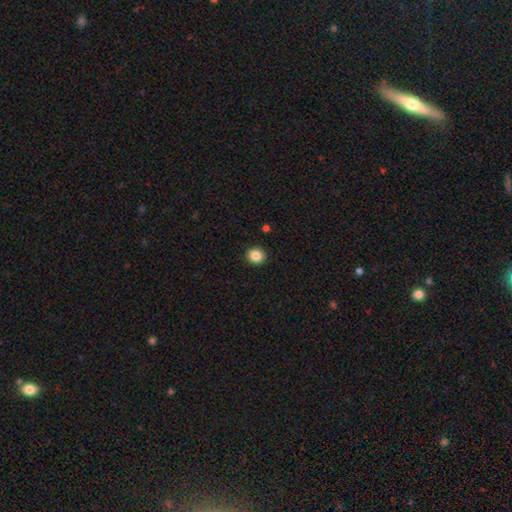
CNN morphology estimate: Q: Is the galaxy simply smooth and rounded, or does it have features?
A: smooth — 86%.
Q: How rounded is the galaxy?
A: round — 79%.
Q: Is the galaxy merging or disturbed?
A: none — 92%.